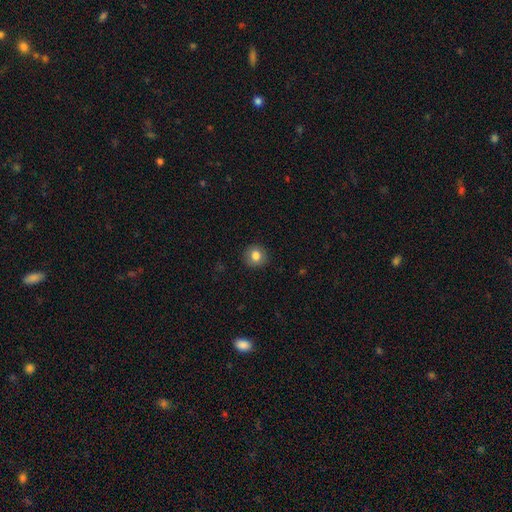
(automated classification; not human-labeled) The model was most divided on "smooth or featured": smooth: 83%, star or artifact: 10%, featured or disk: 8%. More confident: how rounded — round (91%); merging — none (91%).